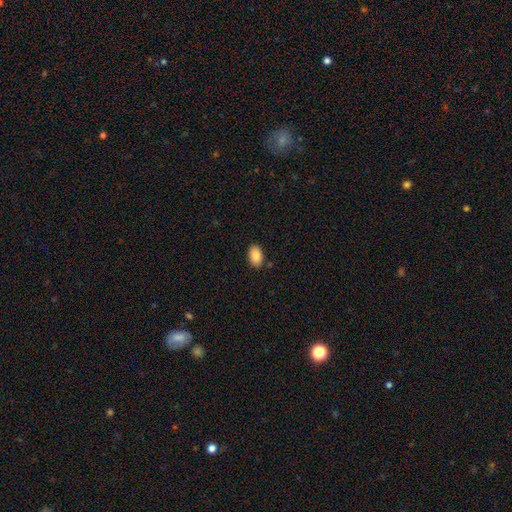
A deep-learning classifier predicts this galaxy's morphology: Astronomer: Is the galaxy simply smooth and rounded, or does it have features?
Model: smooth — 88%.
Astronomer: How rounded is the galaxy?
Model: in between — 91%.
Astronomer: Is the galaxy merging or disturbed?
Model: none — 86%.